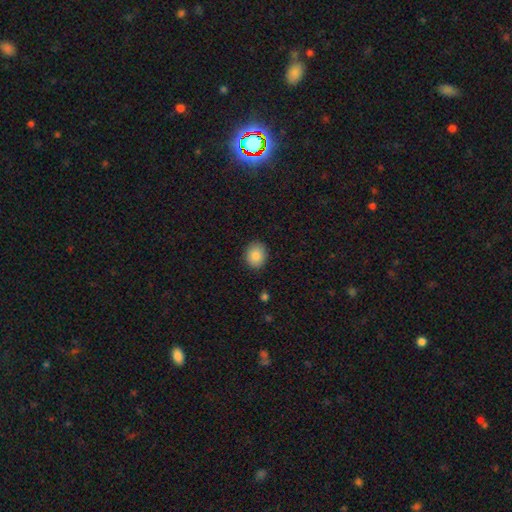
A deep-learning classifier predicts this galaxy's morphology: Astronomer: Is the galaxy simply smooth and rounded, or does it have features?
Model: smooth — 86%.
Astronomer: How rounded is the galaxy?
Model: round — 60% (runner-up: in between, 39%).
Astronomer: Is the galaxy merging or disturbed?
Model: none — 88%.